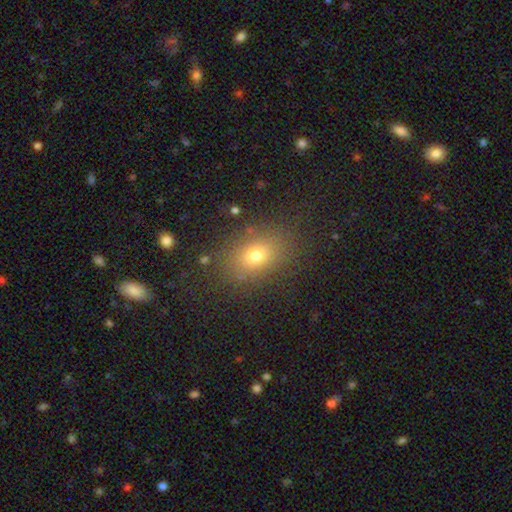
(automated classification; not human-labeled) smooth 73%, star or artifact 15%, featured or disk 12%. Down the decision tree: how rounded — in between (74%); merging — none (82%).